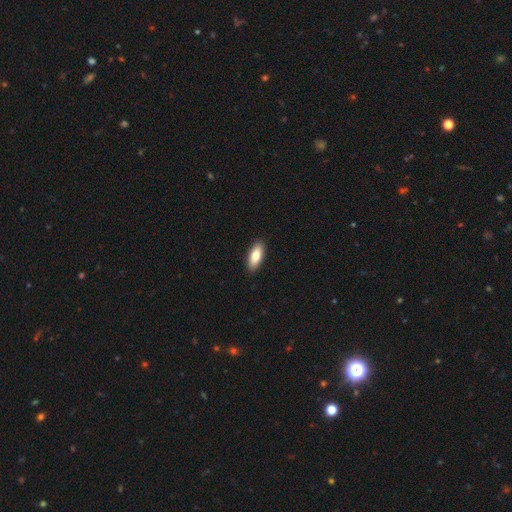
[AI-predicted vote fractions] smooth_or_featured: smooth (p=0.78) [alt: featured or disk p=0.16]
how_rounded: in between (p=0.80) [alt: cigar-shaped p=0.18]
merging: none (p=0.91) [alt: minor disturbance p=0.07]